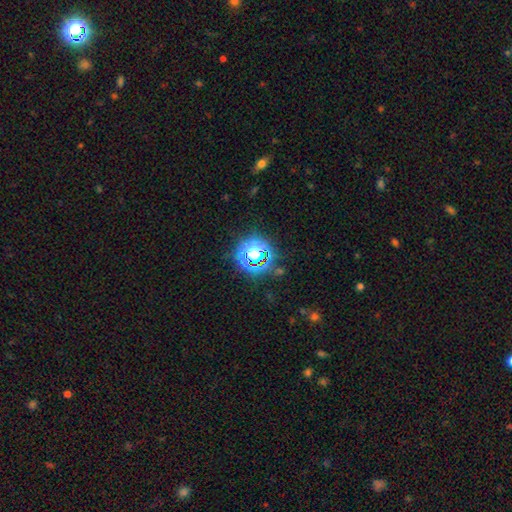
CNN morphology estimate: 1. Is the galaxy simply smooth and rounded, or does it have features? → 70% star or artifact, 20% smooth, 10% featured or disk.